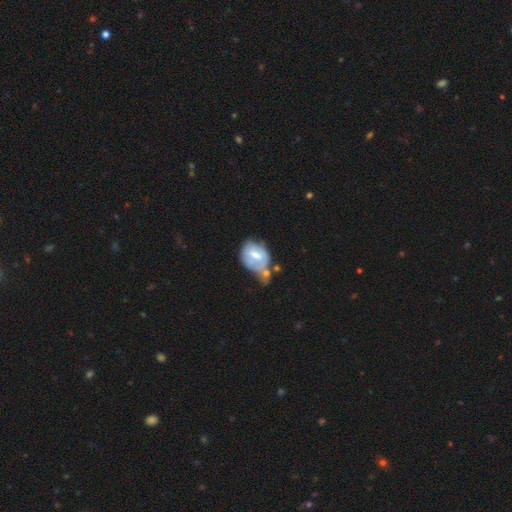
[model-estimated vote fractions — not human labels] A smooth galaxy with no disk features (48%).

Vote fractions:
- Smooth or featured? smooth: 48% / featured or disk: 45% / star or artifact: 7%
- Merging? merger: 32% / minor disturbance: 26% / major disturbance: 21% / none: 21%